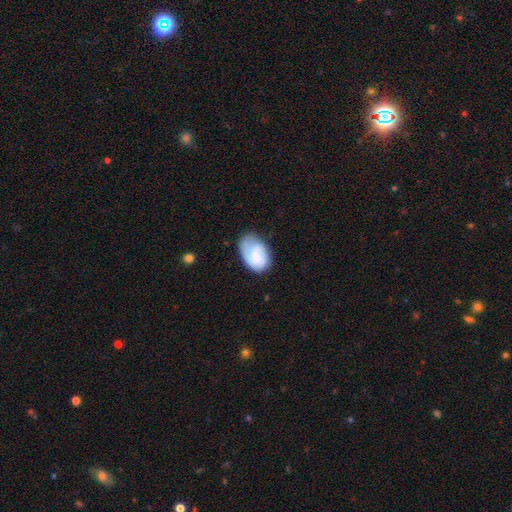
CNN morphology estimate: The model was most divided on "merging": none: 52%, minor disturbance: 32%, major disturbance: 14%, merger: 3%. More confident: how rounded — in between (87%); smooth or featured — smooth (59%).